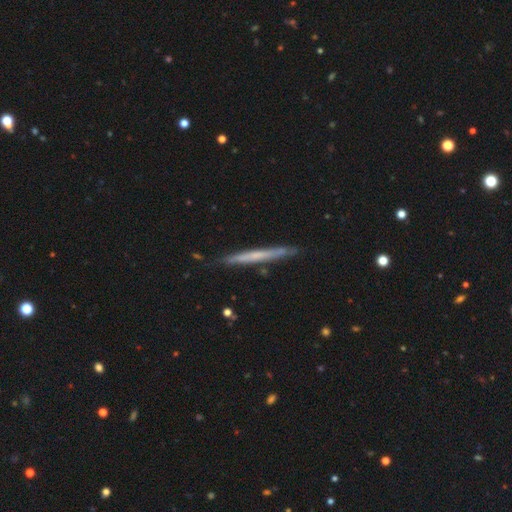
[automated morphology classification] type=featured or disk (49%); merging=none (87%).